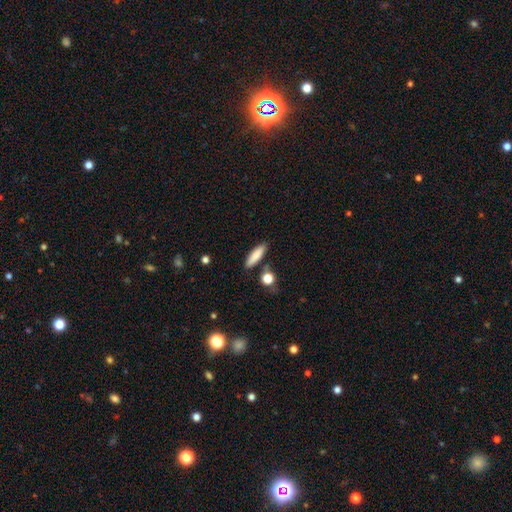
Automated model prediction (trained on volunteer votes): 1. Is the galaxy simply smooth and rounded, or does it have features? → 83% smooth, 10% featured or disk, 7% star or artifact.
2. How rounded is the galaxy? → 55% cigar-shaped, 42% in between, 3% round.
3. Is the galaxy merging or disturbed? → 81% none, 11% minor disturbance, 6% merger, 3% major disturbance.